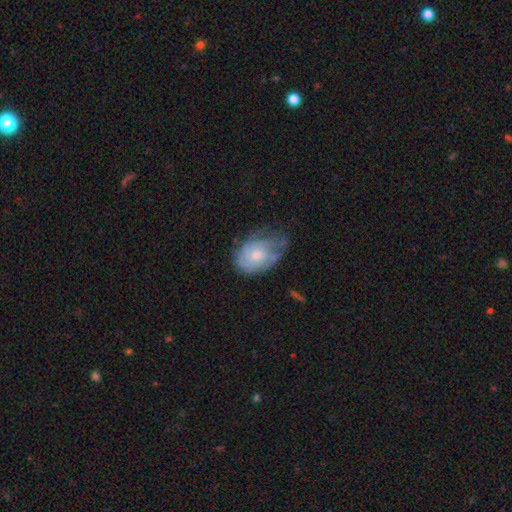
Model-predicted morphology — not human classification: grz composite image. It shows a featured or disk galaxy (64%) with no bar (81%), spiral arms (77%) and a moderate central bulge (52%). Merging: none (48%).